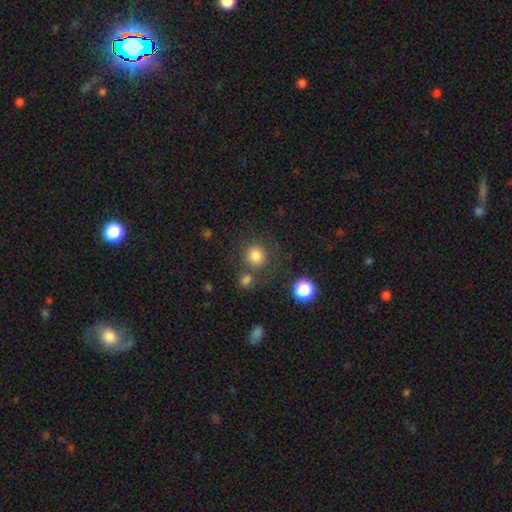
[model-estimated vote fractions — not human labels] smooth_or_featured: smooth (p=0.82) [alt: star or artifact p=0.13]
how_rounded: round (p=0.92) [alt: in between p=0.07]
merging: none (p=0.73) [alt: merger p=0.13]